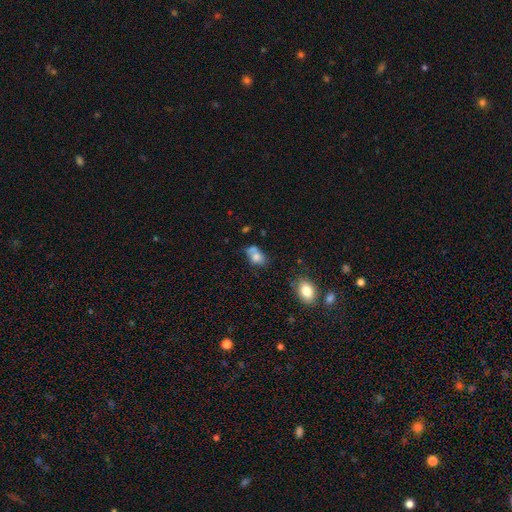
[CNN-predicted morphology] Overall: smooth (73%). How rounded: in between (72%). Merging: none (36%; minor disturbance 25%).